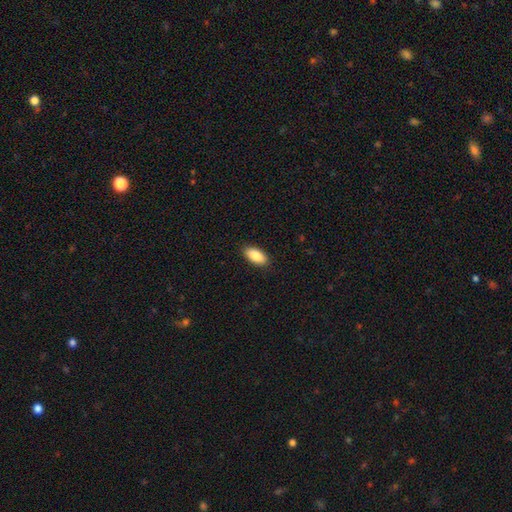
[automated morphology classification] Smooth or featured?
  - smooth: 87% *
  - featured or disk: 6%
  - star or artifact: 6%
How rounded?
  - in between: 92% *
  - cigar-shaped: 6%
  - round: 2%
Merging?
  - none: 89% *
  - minor disturbance: 8%
  - major disturbance: 2%
  - merger: 1%